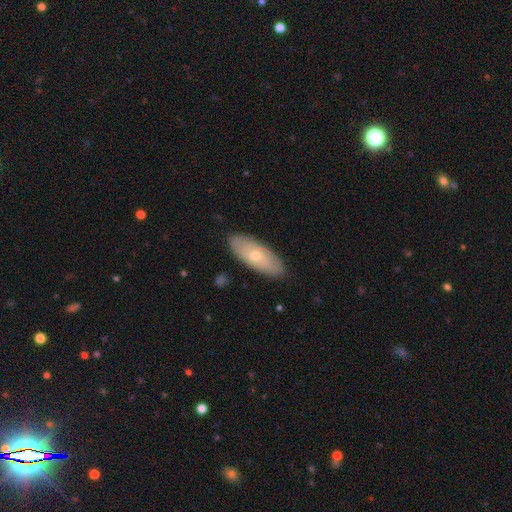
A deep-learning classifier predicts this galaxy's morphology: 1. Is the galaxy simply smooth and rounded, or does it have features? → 51% featured or disk, 44% smooth, 6% star or artifact.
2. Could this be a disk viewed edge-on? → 82% no, 18% yes.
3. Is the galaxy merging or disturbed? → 85% none, 11% minor disturbance, 2% major disturbance, 1% merger.